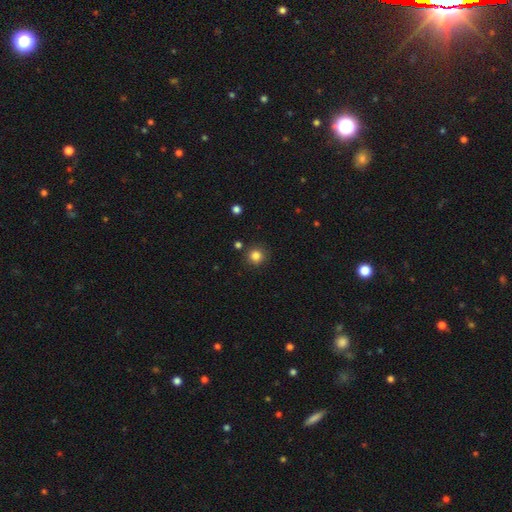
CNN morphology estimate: Smooth or featured? Predicted: smooth (p=0.84). How rounded? Predicted: round (p=0.92). Merging? Predicted: none (p=0.87).